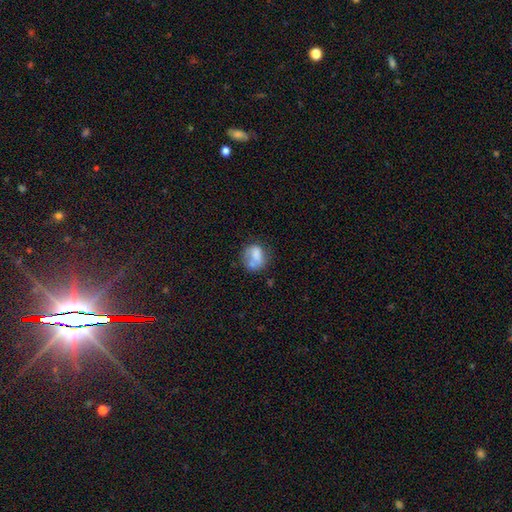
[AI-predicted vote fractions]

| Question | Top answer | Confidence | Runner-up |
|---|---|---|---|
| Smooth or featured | smooth | 69% | featured or disk (22%) |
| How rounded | round | 55% | in between (43%) |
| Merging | none | 41% | minor disturbance (23%) |